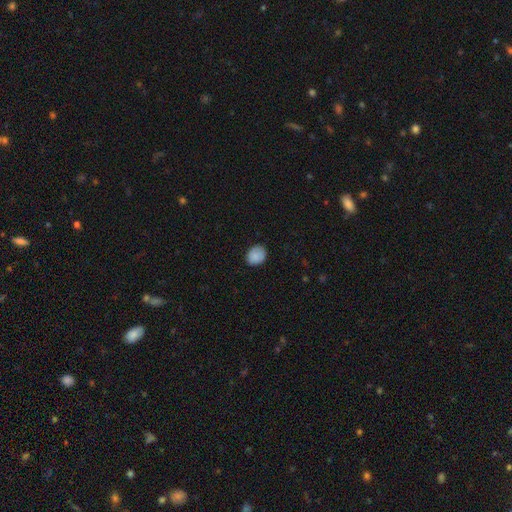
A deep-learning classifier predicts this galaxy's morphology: Smooth or featured? Predicted: smooth (p=0.86). How rounded? Predicted: round (p=0.54). Merging? Predicted: none (p=0.80).